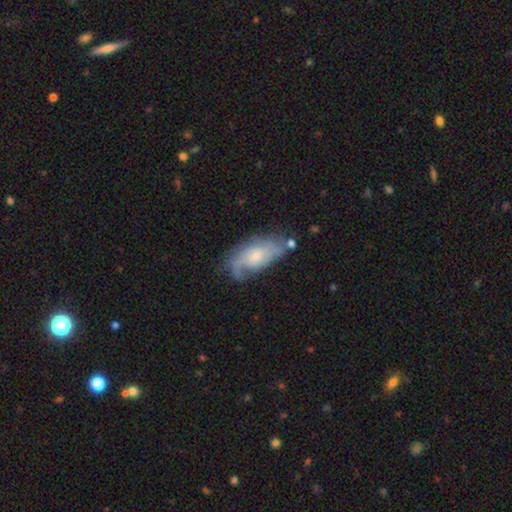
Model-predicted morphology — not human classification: A featured or disk galaxy (62%) with no bar (70%), spiral arms (84%) and a small central bulge (56%). Merging: none (54%).